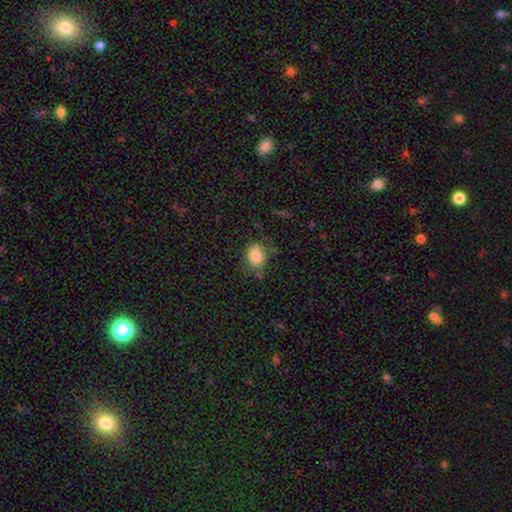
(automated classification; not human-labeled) Overall: smooth (82%). How rounded: in between (63%; round 36%). Merging: none (66%).